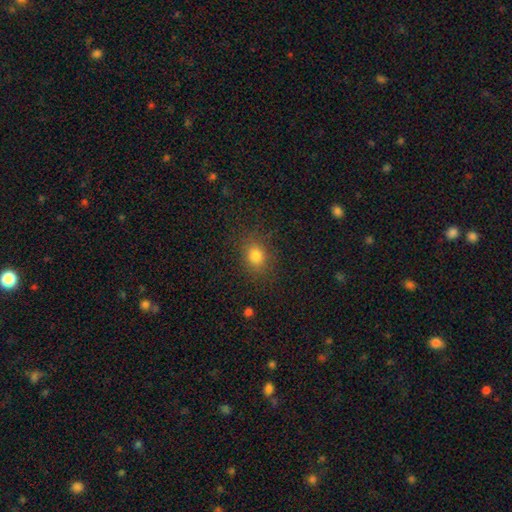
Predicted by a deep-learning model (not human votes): Smooth or featured: smooth — 80% (star or artifact — 13%)
How rounded: round — 50% (in between — 48%)
Merging: none — 83% (minor disturbance — 11%)